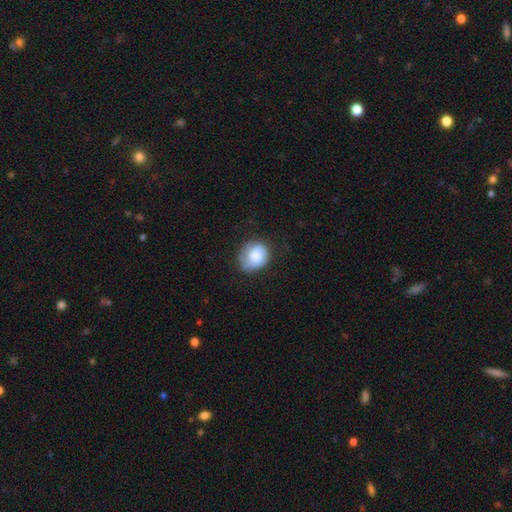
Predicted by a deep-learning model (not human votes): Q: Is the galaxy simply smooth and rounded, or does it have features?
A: smooth — 74%.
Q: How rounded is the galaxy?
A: round — 67%.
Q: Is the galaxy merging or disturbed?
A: none — 59%.